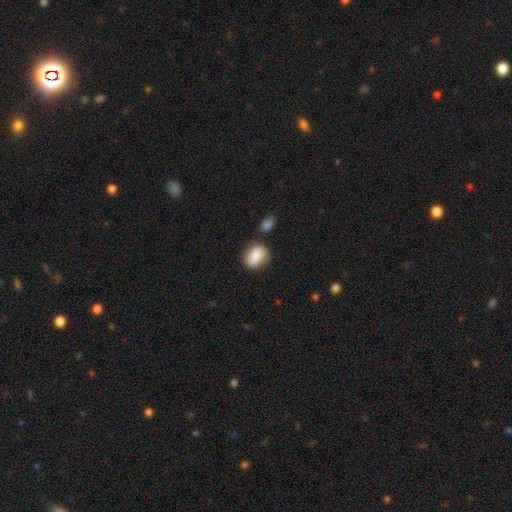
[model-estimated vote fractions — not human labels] A smooth galaxy with no disk features (78%) that is in between round and cigar-shaped (69%).

Vote fractions:
- Smooth or featured? smooth: 78% / featured or disk: 14% / star or artifact: 8%
- How rounded? in between: 69% / round: 29% / cigar-shaped: 2%
- Merging? none: 61% / minor disturbance: 20% / merger: 12% / major disturbance: 6%